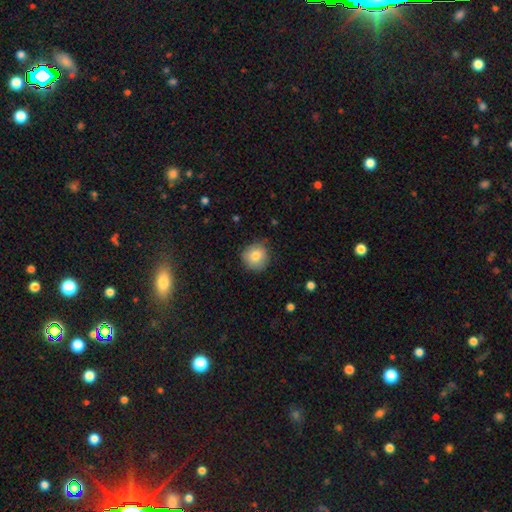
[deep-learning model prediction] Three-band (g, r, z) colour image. It shows a smooth galaxy with no disk features (80%) that is round (91%). Merging: none (79%).